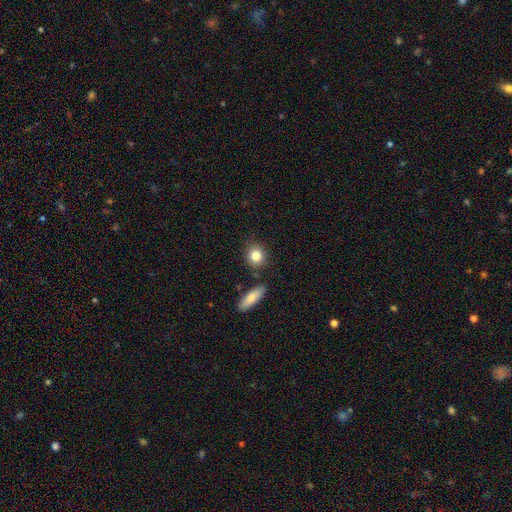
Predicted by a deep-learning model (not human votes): Q: Smooth or featured?
A: smooth (83%); runner-up: featured or disk (8%)
Q: How rounded?
A: round (72%); runner-up: in between (26%)
Q: Merging?
A: none (81%); runner-up: minor disturbance (10%)